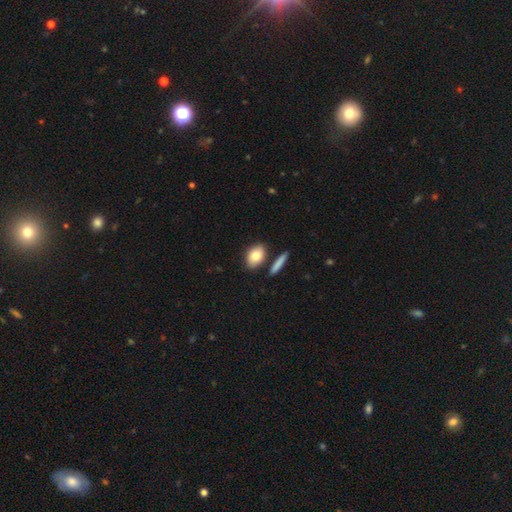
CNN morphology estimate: smooth 82%, featured or disk 11%, star or artifact 7%. Down the decision tree: how rounded — in between (80%); merging — none (75%).